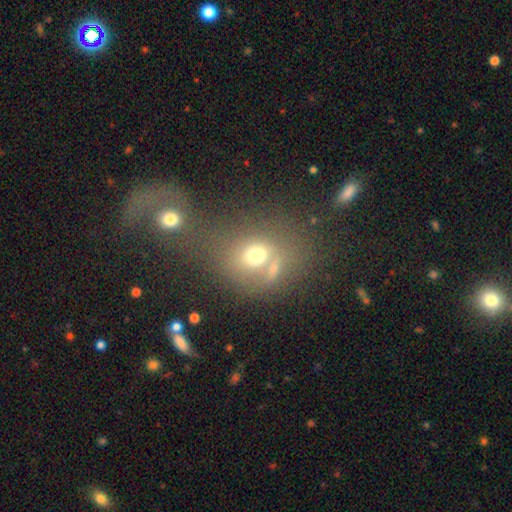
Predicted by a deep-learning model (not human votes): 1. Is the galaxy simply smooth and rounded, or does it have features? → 65% smooth, 18% star or artifact, 17% featured or disk.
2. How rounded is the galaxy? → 62% round, 37% in between, 2% cigar-shaped.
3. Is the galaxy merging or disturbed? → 43% none, 35% merger, 12% minor disturbance, 10% major disturbance.